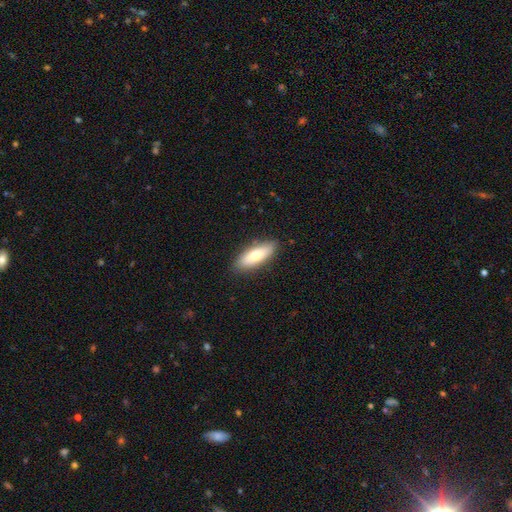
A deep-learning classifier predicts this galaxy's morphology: smooth-or-featured: smooth: 71% | featured or disk: 23% | star or artifact: 6%
  how-rounded: in between: 67% | cigar-shaped: 30% | round: 2%
  merging: none: 87% | minor disturbance: 10% | major disturbance: 2% | merger: 1%